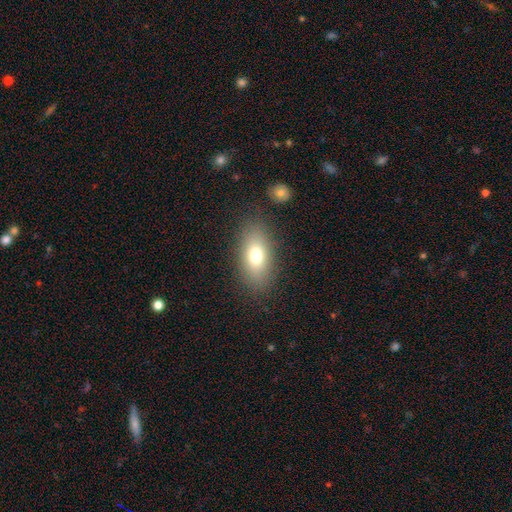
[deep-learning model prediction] Smooth or featured: smooth — 74% (featured or disk — 16%)
How rounded: in between — 86% (round — 7%)
Merging: none — 83% (minor disturbance — 10%)